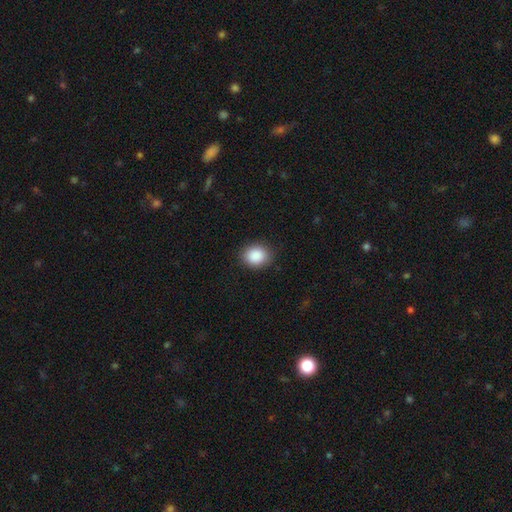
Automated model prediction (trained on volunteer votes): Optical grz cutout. It shows a smooth galaxy with no disk features (89%) that is round (56%). Merging: none (88%).